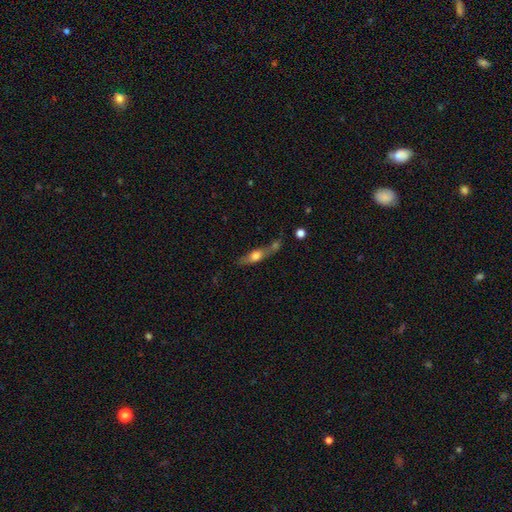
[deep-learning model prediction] Smooth or featured? Predicted: smooth (p=0.52). How rounded? Predicted: cigar-shaped (p=0.56). Merging? Predicted: none (p=0.40).